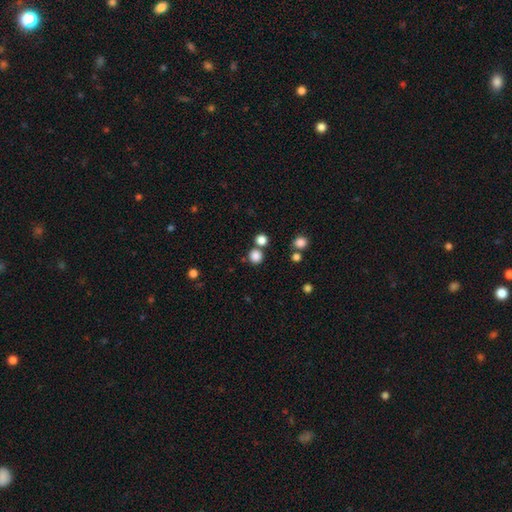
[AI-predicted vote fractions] Q: Smooth or featured?
A: smooth (83%); runner-up: star or artifact (13%)
Q: How rounded?
A: round (91%); runner-up: in between (8%)
Q: Merging?
A: none (75%); runner-up: merger (15%)